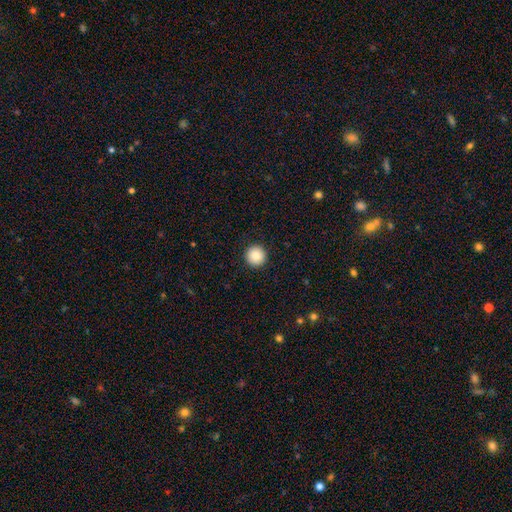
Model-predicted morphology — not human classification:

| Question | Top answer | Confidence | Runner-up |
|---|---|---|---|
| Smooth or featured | smooth | 86% | star or artifact (9%) |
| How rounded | round | 96% | in between (3%) |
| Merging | none | 93% | minor disturbance (4%) |